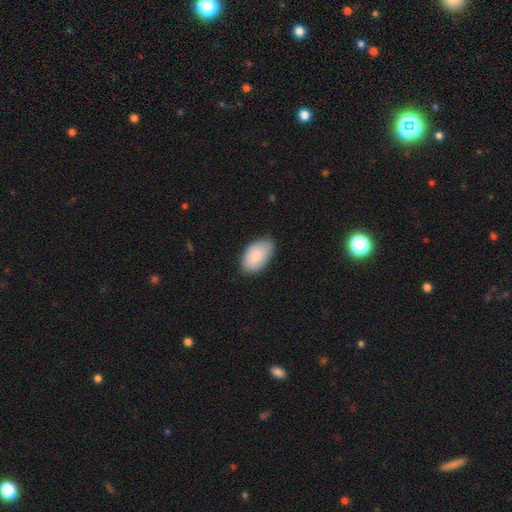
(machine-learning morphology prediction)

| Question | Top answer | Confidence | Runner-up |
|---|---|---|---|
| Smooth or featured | smooth | 88% | featured or disk (6%) |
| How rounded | in between | 95% | round (4%) |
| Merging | none | 77% | minor disturbance (19%) |